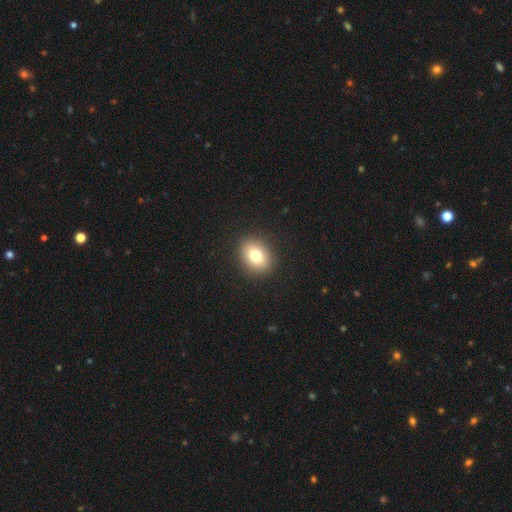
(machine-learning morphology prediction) Q: Smooth or featured?
A: smooth (78%); runner-up: featured or disk (11%)
Q: How rounded?
A: round (50%); runner-up: in between (49%)
Q: Merging?
A: none (90%); runner-up: minor disturbance (6%)